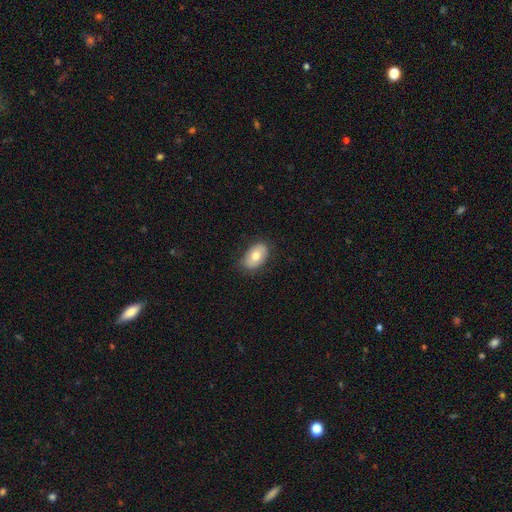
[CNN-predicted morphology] Q: Smooth or featured?
A: smooth (72%); runner-up: featured or disk (21%)
Q: How rounded?
A: in between (91%); runner-up: round (8%)
Q: Merging?
A: none (82%); runner-up: minor disturbance (14%)